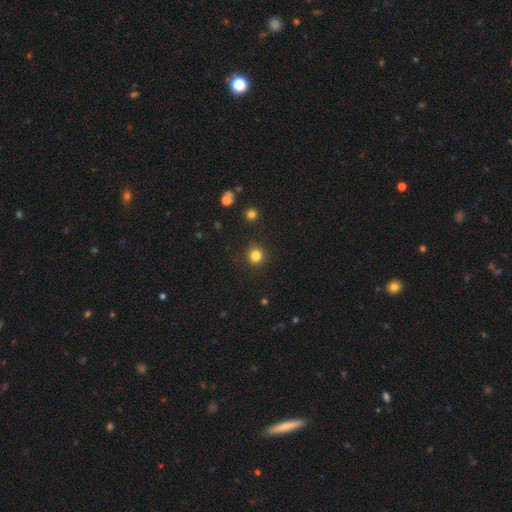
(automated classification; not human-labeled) Overall: smooth (83%). How rounded: round (93%). Merging: none (90%).